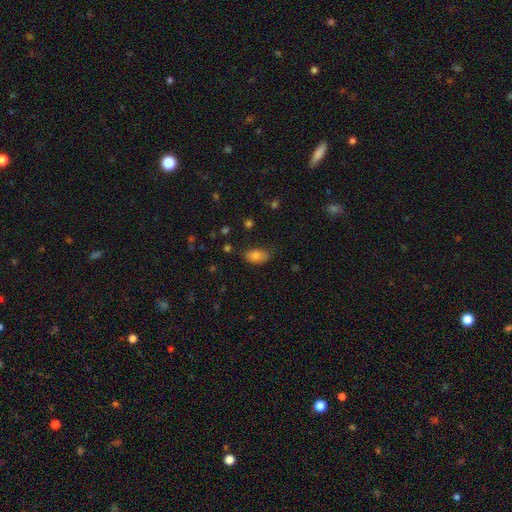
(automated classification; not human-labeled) This appears to be a smooth galaxy with no disk features (81%) that is in between round and cigar-shaped (91%). Merging: none (77%).